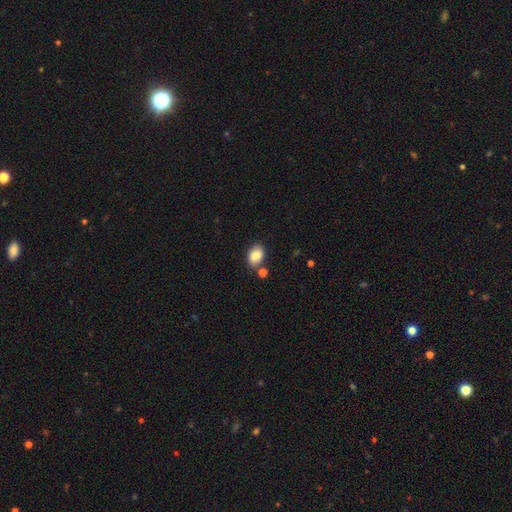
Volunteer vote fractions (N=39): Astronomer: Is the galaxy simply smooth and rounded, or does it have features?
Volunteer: smooth — 90%.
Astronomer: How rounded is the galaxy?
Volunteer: in between — 94%.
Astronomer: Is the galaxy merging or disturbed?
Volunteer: none — 68%.